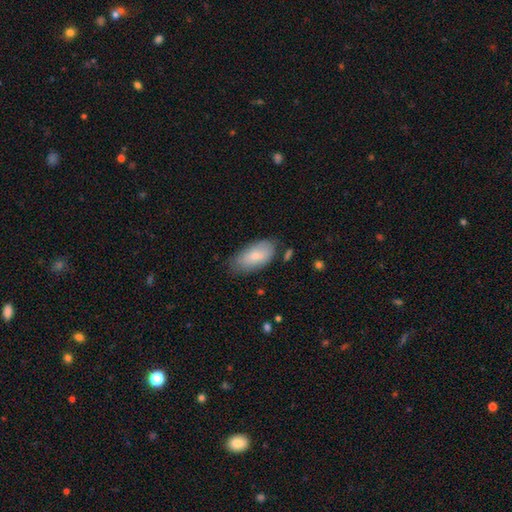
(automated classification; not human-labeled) smooth_or_featured: smooth (p=0.76) [alt: featured or disk p=0.18]
how_rounded: in between (p=0.93) [alt: cigar-shaped p=0.04]
merging: none (p=0.69) [alt: minor disturbance p=0.22]